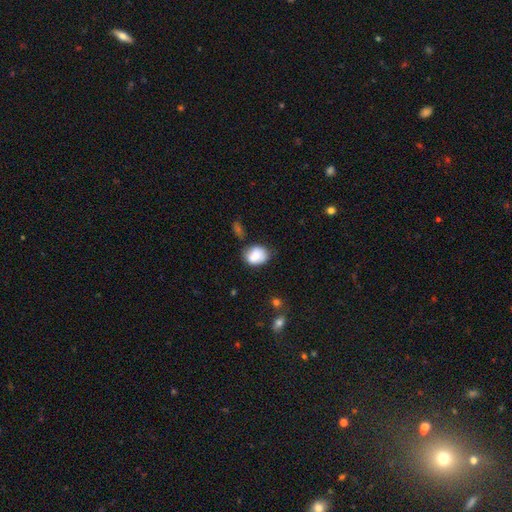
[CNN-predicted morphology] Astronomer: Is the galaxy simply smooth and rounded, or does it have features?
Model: smooth — 82%.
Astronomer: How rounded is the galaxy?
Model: in between — 58% (runner-up: round, 41%).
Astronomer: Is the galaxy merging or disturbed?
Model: none — 57%.